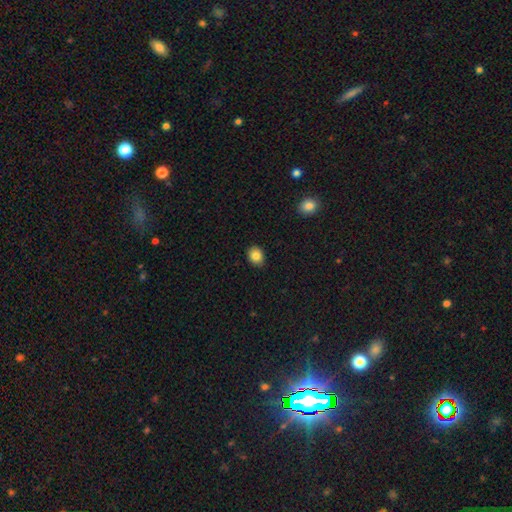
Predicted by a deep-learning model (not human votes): Morphology: type=smooth (84%); roundness=in between (50%); merging=none (87%).